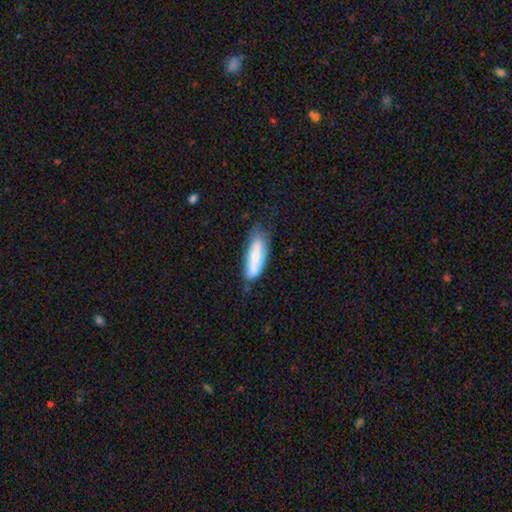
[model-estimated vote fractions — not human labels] A smooth galaxy with no disk features (54%) that is in between round and cigar-shaped (57%).

Vote fractions:
- Smooth or featured? smooth: 54% / featured or disk: 40% / star or artifact: 6%
- How rounded? in between: 57% / cigar-shaped: 41% / round: 2%
- Merging? none: 59% / minor disturbance: 29% / major disturbance: 8% / merger: 4%